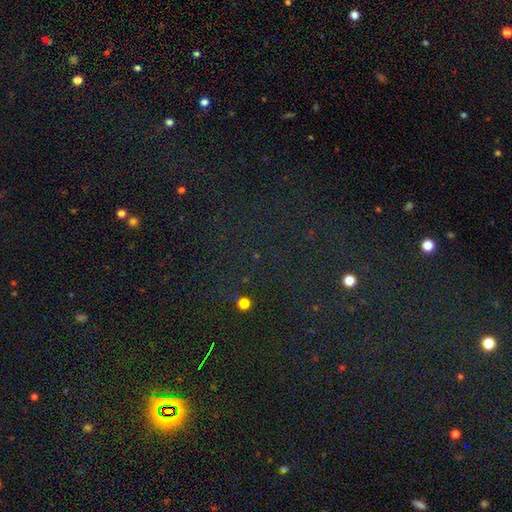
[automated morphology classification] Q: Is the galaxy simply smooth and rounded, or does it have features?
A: star or artifact — 79%.